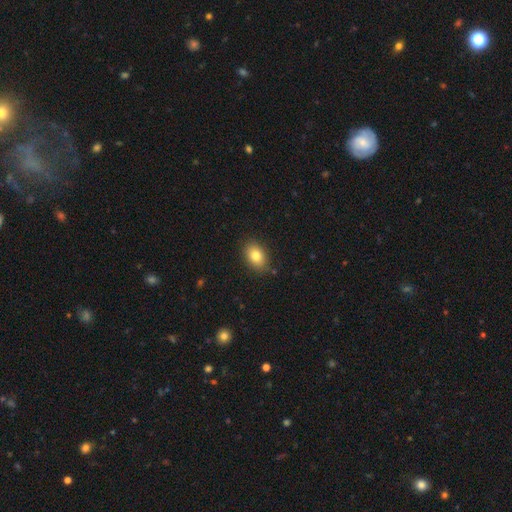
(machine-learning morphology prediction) Smooth or featured: smooth — 82% (featured or disk — 9%)
How rounded: in between — 80% (round — 19%)
Merging: none — 85% (minor disturbance — 11%)